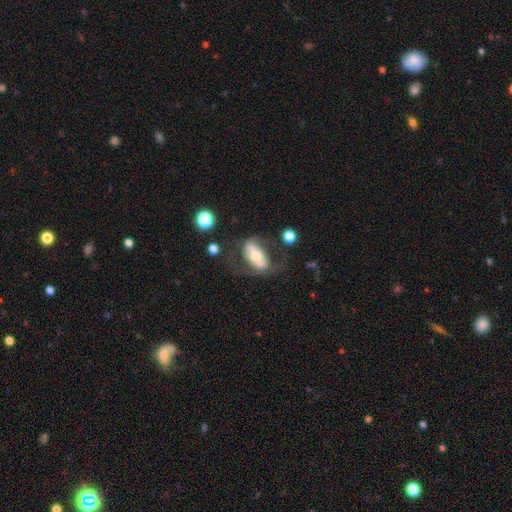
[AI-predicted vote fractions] This appears to be a featured or disk galaxy (53%). Merging: none (53%).